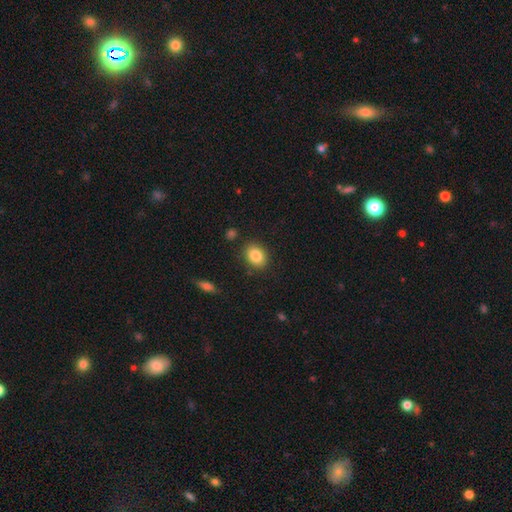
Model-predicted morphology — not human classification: A smooth galaxy with no disk features (85%) that is in between round and cigar-shaped (62%).

Vote fractions:
- Smooth or featured? smooth: 85% / star or artifact: 9% / featured or disk: 7%
- How rounded? in between: 62% / round: 37% / cigar-shaped: 1%
- Merging? none: 85% / minor disturbance: 10% / major disturbance: 3% / merger: 2%